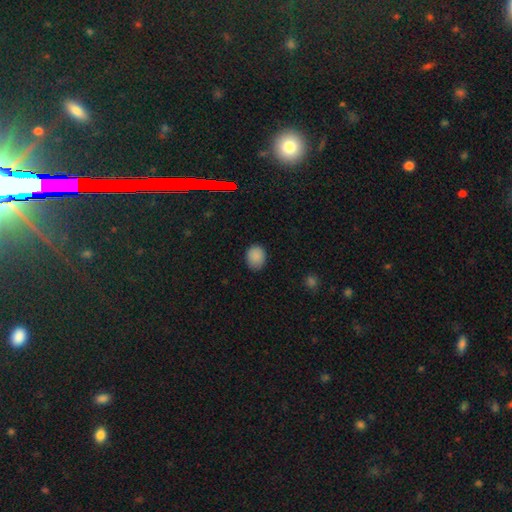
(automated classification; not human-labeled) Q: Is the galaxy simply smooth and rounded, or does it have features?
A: smooth — 86%.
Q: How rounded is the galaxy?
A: round — 54%.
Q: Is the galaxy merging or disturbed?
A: none — 82%.